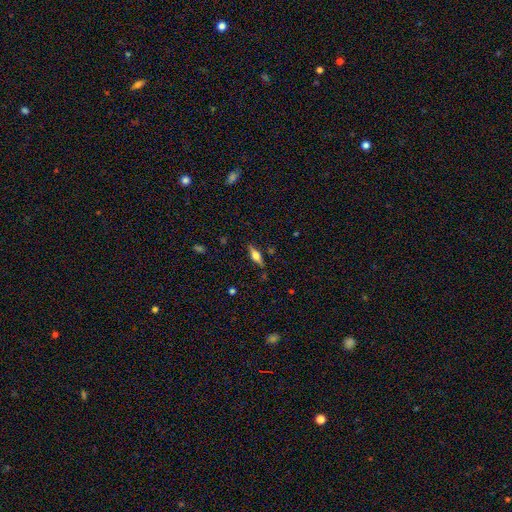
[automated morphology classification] The model was most divided on "smooth or featured": featured or disk: 53%, smooth: 39%, star or artifact: 8%. More confident: edge-on disk — yes (93%); merging — none (83%).